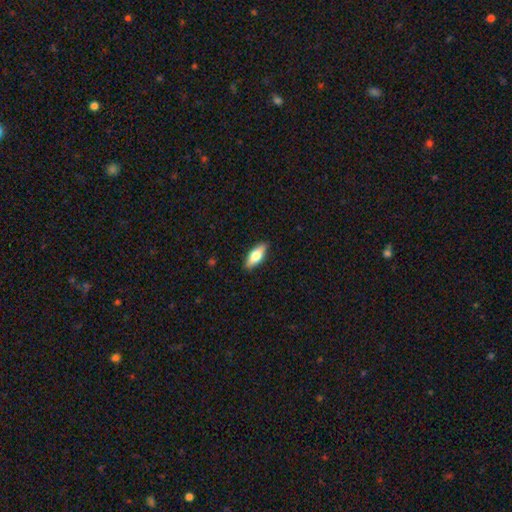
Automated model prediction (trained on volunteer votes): A smooth galaxy with no disk features (65%) that is in between round and cigar-shaped (72%). Merging: none (88%).